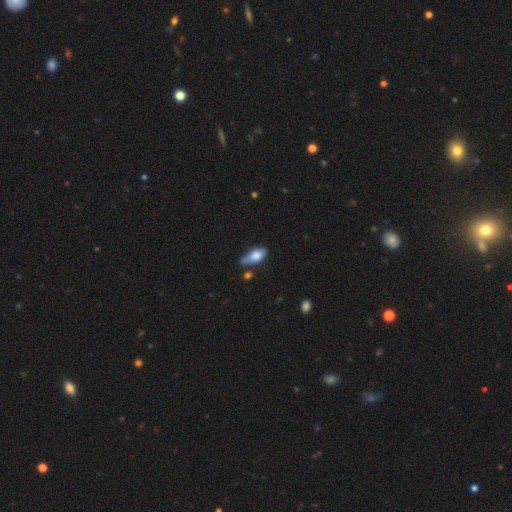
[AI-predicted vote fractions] smooth_or_featured: smooth (p=0.78) [alt: featured or disk p=0.15]
how_rounded: in between (p=0.85) [alt: cigar-shaped p=0.12]
merging: none (p=0.47) [alt: minor disturbance p=0.36]